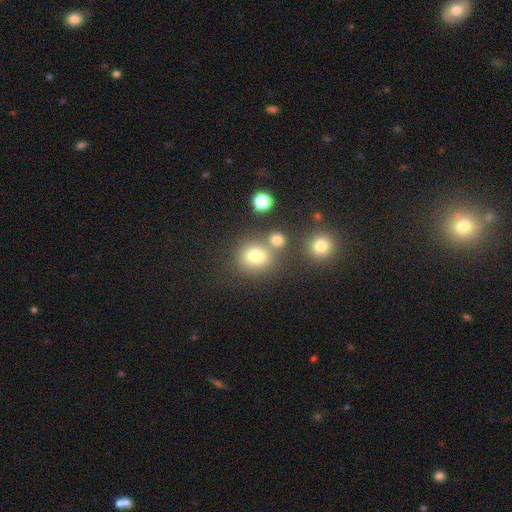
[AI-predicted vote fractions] smooth_or_featured: smooth (p=0.76) [alt: star or artifact p=0.15]
how_rounded: round (p=0.78) [alt: in between p=0.21]
merging: none (p=0.65) [alt: merger p=0.20]